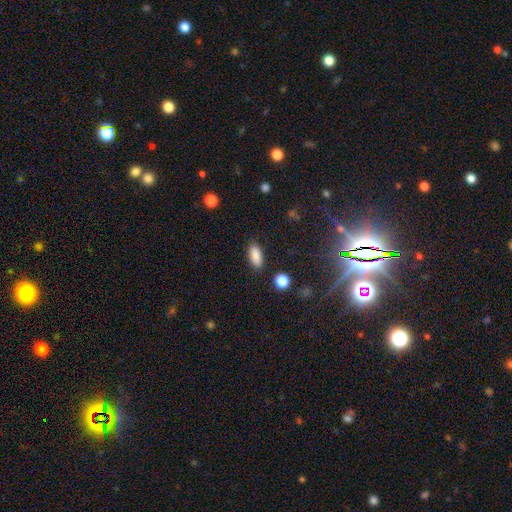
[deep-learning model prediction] Smooth or featured: smooth — 87% (star or artifact — 8%)
How rounded: in between — 81% (cigar-shaped — 16%)
Merging: none — 86% (minor disturbance — 10%)